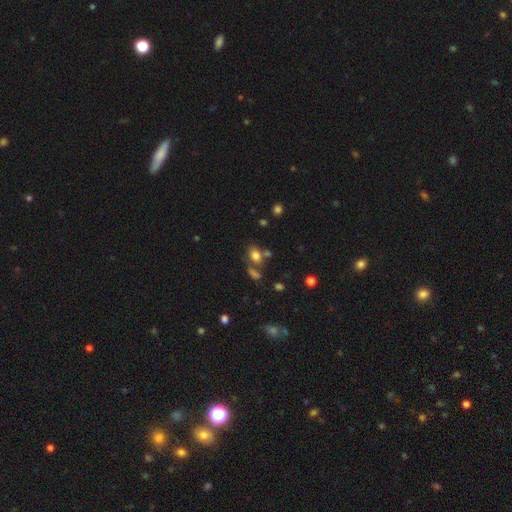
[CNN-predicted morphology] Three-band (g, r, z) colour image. It shows a smooth galaxy with no disk features (75%) that is in between round and cigar-shaped (74%). Merging: none (55%).